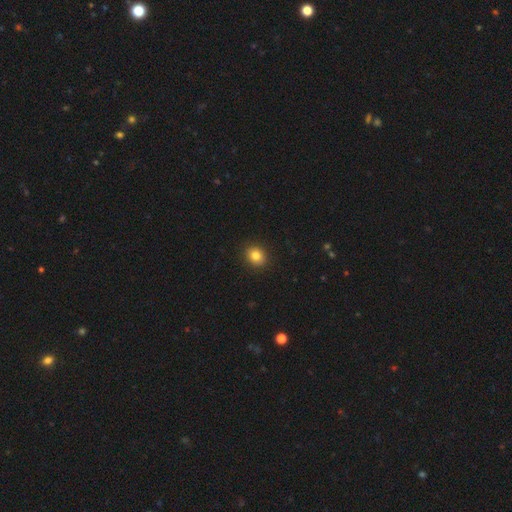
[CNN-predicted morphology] Smooth or featured: smooth — 83% (star or artifact — 10%)
How rounded: round — 66% (in between — 33%)
Merging: none — 91% (minor disturbance — 6%)